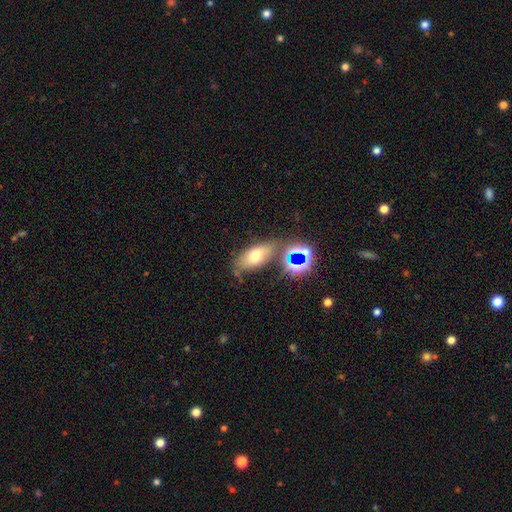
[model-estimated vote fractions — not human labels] Morphology: type=smooth (63%); roundness=in between (82%); merging=none (65%).